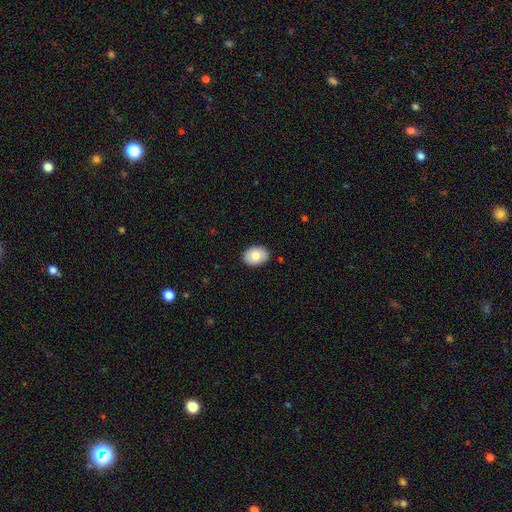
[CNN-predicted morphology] Smooth or featured?
  - smooth: 75% *
  - featured or disk: 18%
  - star or artifact: 7%
How rounded?
  - in between: 75% *
  - round: 24%
  - cigar-shaped: 1%
Merging?
  - none: 88% *
  - minor disturbance: 9%
  - major disturbance: 2%
  - merger: 1%